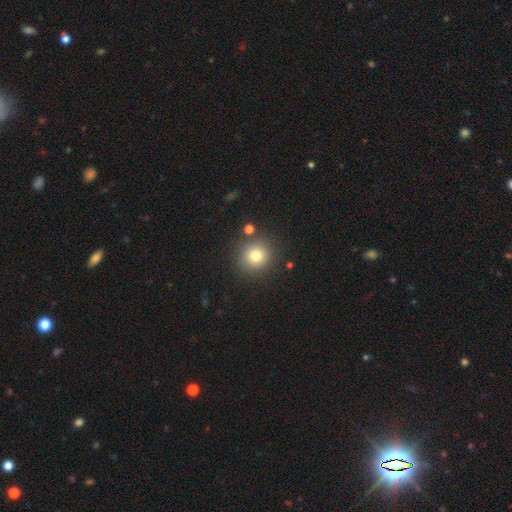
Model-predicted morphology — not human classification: type=smooth (78%); roundness=round (90%); merging=none (85%).